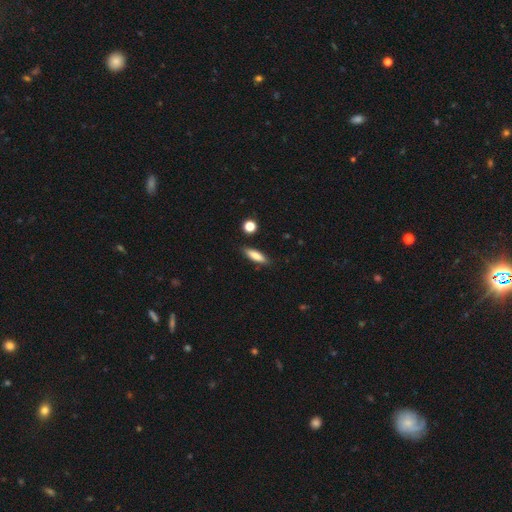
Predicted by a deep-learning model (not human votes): Smooth or featured? Predicted: smooth (p=0.80). How rounded? Predicted: cigar-shaped (p=0.59). Merging? Predicted: none (p=0.84).